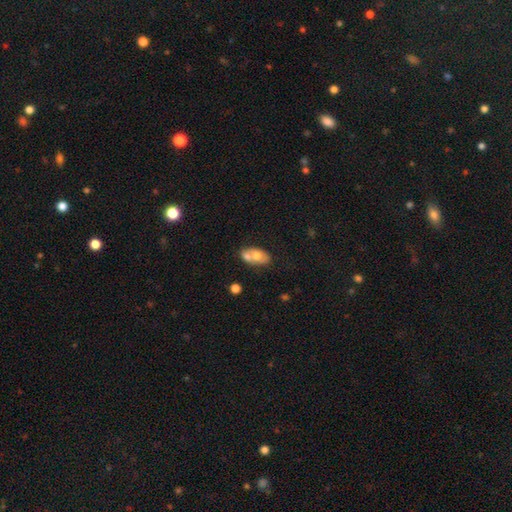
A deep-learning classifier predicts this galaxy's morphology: This appears to be a smooth galaxy with no disk features (59%) that is in between round and cigar-shaped (87%). Merging: merger (46%).